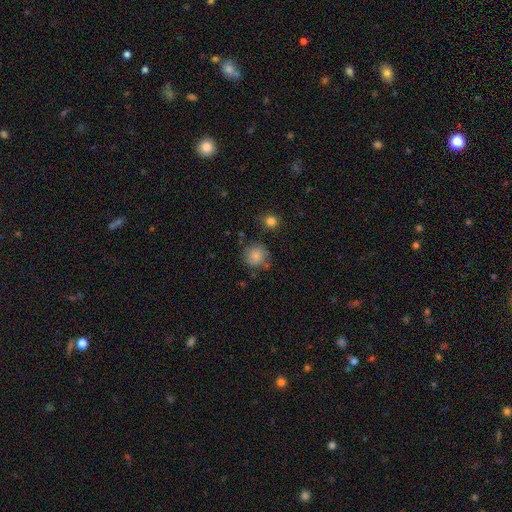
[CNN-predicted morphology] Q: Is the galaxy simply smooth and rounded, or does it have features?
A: smooth — 82%.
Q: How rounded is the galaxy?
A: round — 88%.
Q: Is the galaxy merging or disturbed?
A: none — 72%.